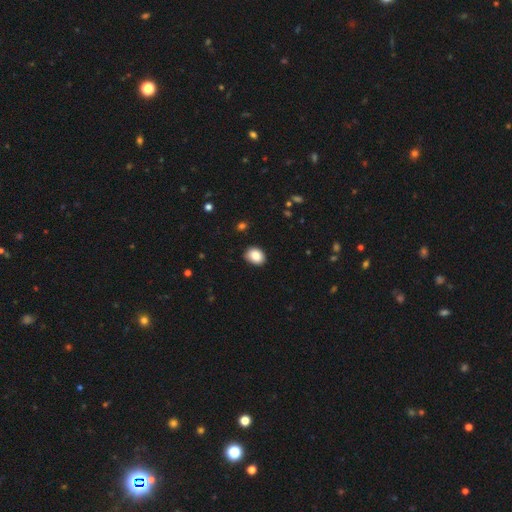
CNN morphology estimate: The model was most divided on "how rounded": in between: 61%, round: 38%, cigar-shaped: 1%. More confident: smooth or featured — smooth (87%); merging — none (84%).